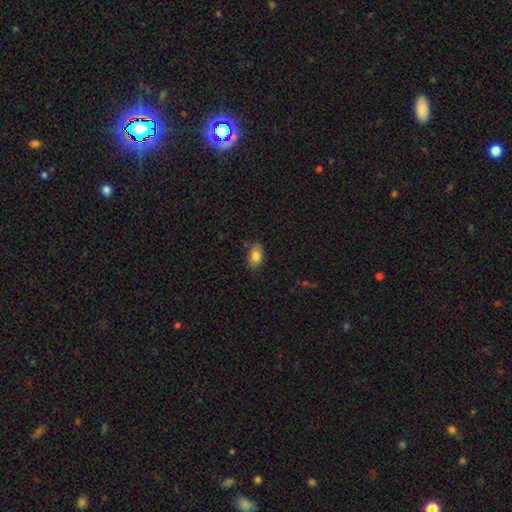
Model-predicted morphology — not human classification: Smooth or featured: smooth — 83% (featured or disk — 9%)
How rounded: in between — 88% (round — 10%)
Merging: none — 82% (minor disturbance — 14%)